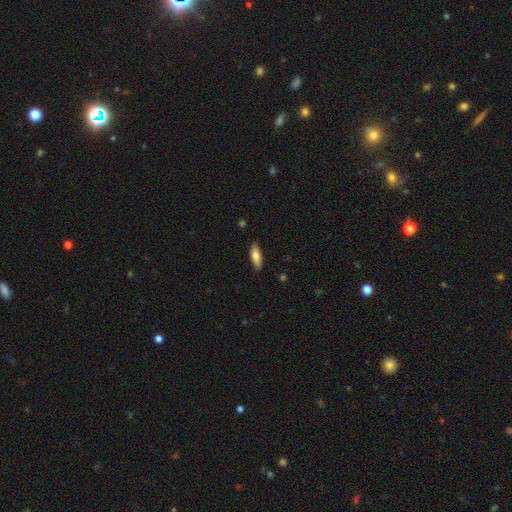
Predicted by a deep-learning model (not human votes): Overall: smooth (79%). How rounded: in between (62%; cigar-shaped 37%). Merging: none (86%).